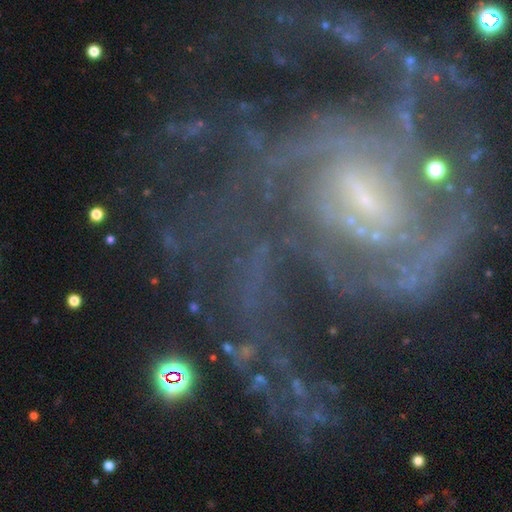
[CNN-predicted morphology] A featured or disk galaxy (83%) with a weak bar (45%), tight (49%) spiral arms (94%) and a small central bulge (61%).

Vote fractions:
- Smooth or featured? featured or disk: 83% / star or artifact: 11% / smooth: 6%
- Edge-on disk? no: 97% / yes: 3%
- Bar? weak: 45% / strong: 28% / no: 26%
- Spiral arms? yes: 94% / no: 6%
- Spiral winding? tight: 49% / medium: 37% / loose: 14%
- Spiral arm count? can't tell: 28% / 2: 25% / 3: 15% / 4: 12% / more than 4: 10% / 1: 10%
- Bulge size? small: 61% / moderate: 21% / none: 12% / large: 4% / dominant: 2%
- Merging? none: 55% / major disturbance: 24% / minor disturbance: 16% / merger: 6%